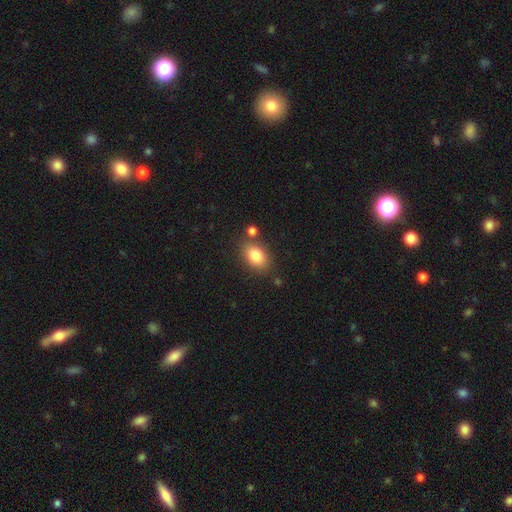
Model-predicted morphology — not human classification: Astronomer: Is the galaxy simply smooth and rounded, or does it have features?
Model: smooth — 83%.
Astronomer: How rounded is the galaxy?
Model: in between — 81%.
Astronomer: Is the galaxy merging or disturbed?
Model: none — 75%.